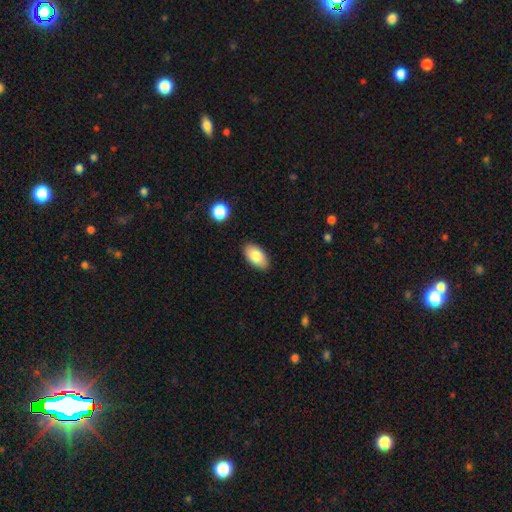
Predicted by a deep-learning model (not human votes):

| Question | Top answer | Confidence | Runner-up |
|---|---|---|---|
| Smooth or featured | smooth | 83% | featured or disk (10%) |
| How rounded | in between | 94% | round (4%) |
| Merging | none | 87% | minor disturbance (9%) |